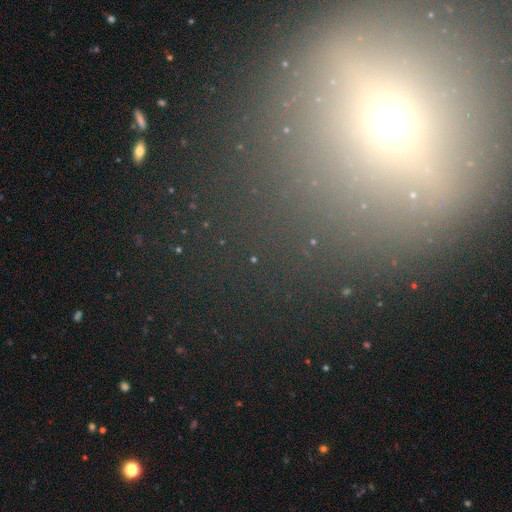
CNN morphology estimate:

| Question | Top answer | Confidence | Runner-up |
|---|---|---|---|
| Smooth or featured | star or artifact | 43% | smooth (38%) |